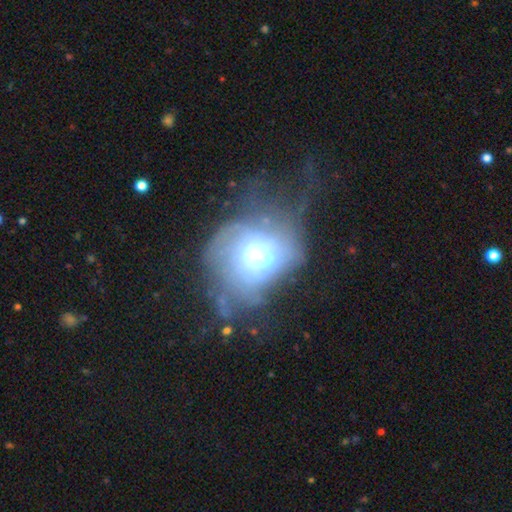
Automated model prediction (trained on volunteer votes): This is possibly a featured or disk galaxy (53%). It is clearly not viewed edge-on (96%). Bar: likely no (75%). Spiral arm pattern: possibly no (59%). Central bulge: marginally moderate (43%). Merging: marginally major disturbance (44%).